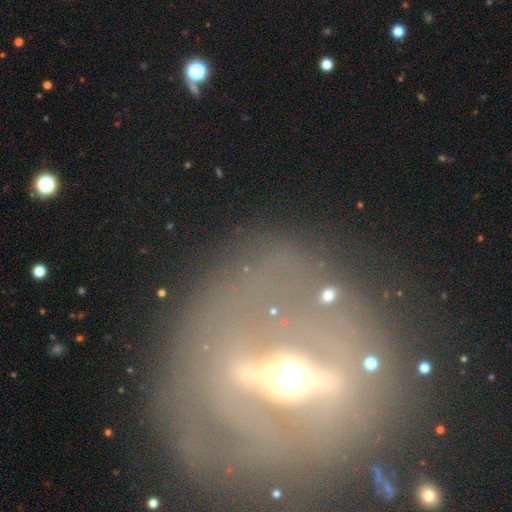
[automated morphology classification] smooth-or-featured: featured or disk: 69% | star or artifact: 16% | smooth: 14%
  disk-edge-on: yes: 51% | no: 49%
  merging: none: 77% | minor disturbance: 10% | major disturbance: 9% | merger: 4%